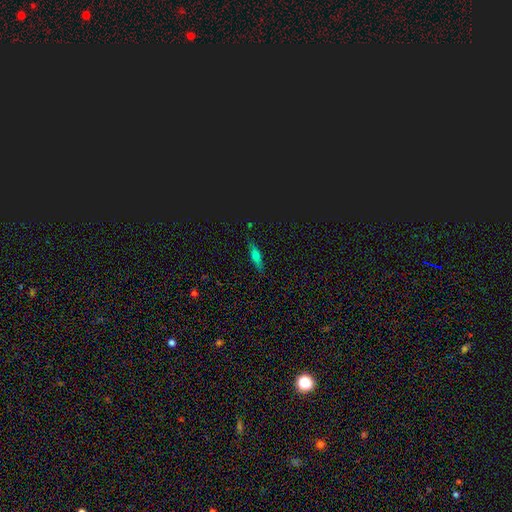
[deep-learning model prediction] smooth-or-featured: smooth: 53% | featured or disk: 35% | star or artifact: 12%
  how-rounded: cigar-shaped: 68% | in between: 28% | round: 3%
  merging: none: 87% | minor disturbance: 10% | major disturbance: 2% | merger: 1%